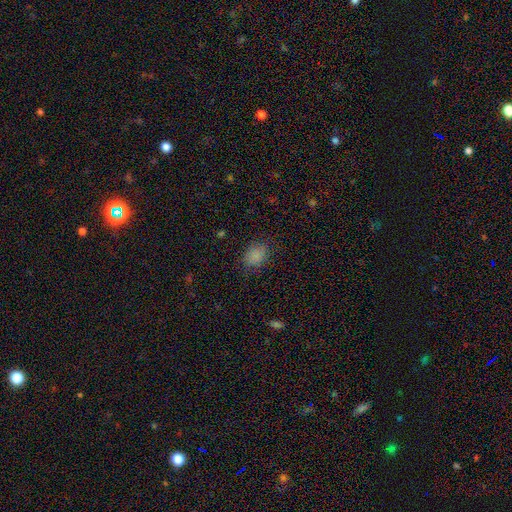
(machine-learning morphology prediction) smooth_or_featured: smooth (p=0.84) [alt: star or artifact p=0.11]
how_rounded: in between (p=0.63) [alt: round p=0.36]
merging: none (p=0.79) [alt: minor disturbance p=0.15]